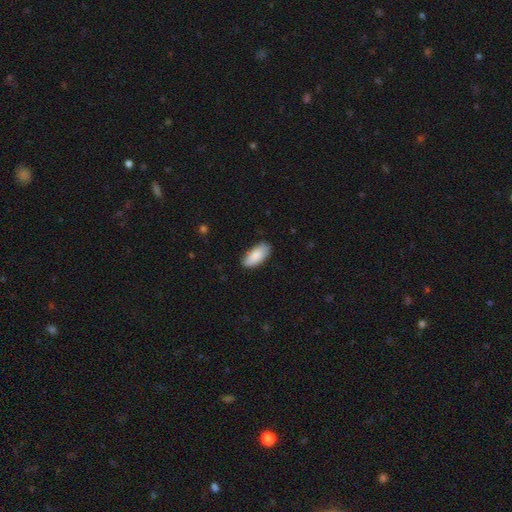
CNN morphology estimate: This is clearly a smooth galaxy (86%). How rounded: clearly in between (89%). Merging: clearly none (81%).